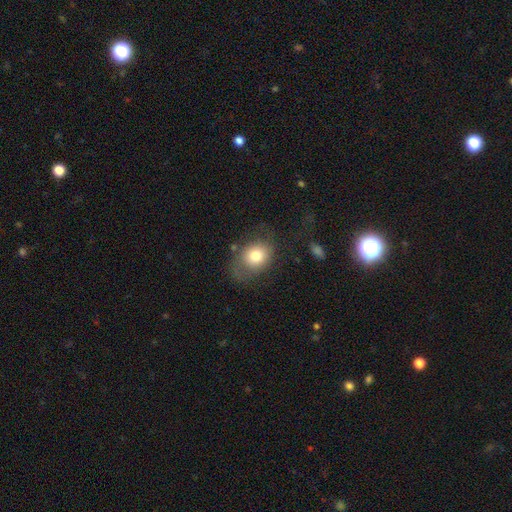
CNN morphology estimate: Smooth or featured?
  - smooth: 75% *
  - featured or disk: 16%
  - star or artifact: 9%
How rounded?
  - in between: 53% *
  - round: 46%
  - cigar-shaped: 1%
Merging?
  - none: 53% *
  - minor disturbance: 24%
  - major disturbance: 19%
  - merger: 3%